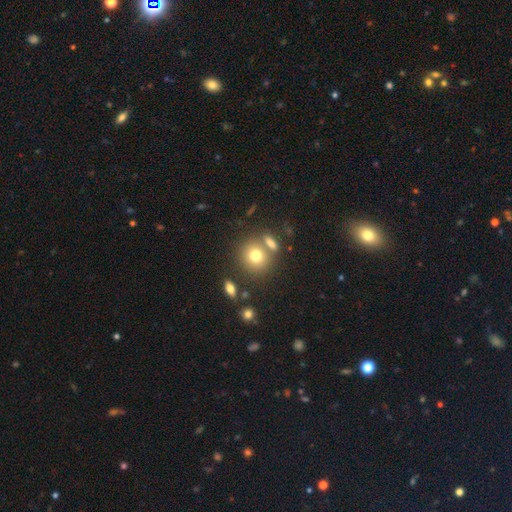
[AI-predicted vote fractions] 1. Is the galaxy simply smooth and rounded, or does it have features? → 75% smooth, 14% featured or disk, 12% star or artifact.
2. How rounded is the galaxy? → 83% round, 16% in between, 1% cigar-shaped.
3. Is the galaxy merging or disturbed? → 65% none, 21% merger, 10% minor disturbance, 4% major disturbance.